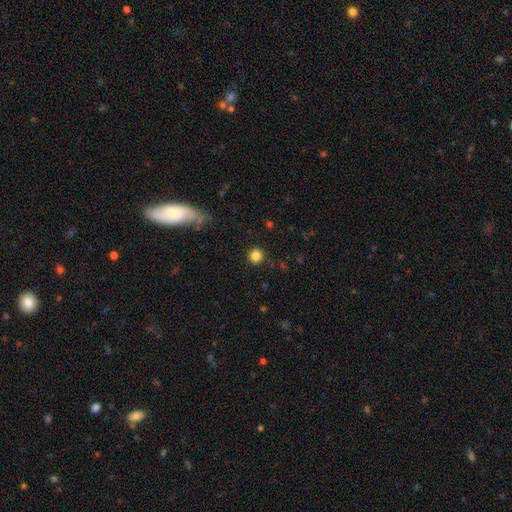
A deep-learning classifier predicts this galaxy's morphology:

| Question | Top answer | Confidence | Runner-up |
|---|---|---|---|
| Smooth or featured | smooth | 83% | star or artifact (12%) |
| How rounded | round | 94% | in between (5%) |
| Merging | none | 91% | minor disturbance (6%) |